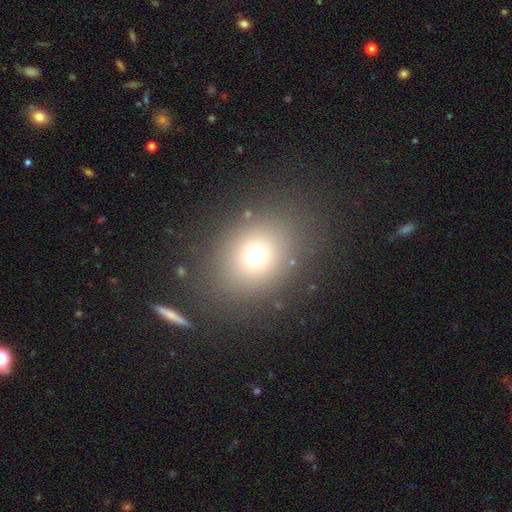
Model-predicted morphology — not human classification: The model was most divided on "how rounded": round: 59%, in between: 40%, cigar-shaped: 1%. More confident: merging — none (83%); smooth or featured — smooth (69%).